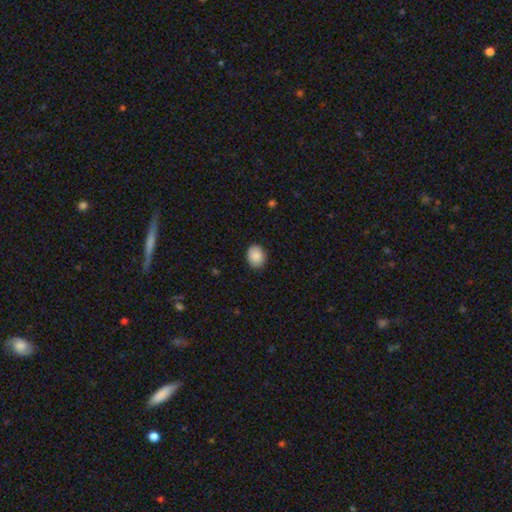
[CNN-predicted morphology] A smooth galaxy with no disk features (89%) that is in between round and cigar-shaped (57%). Merging: none (87%).